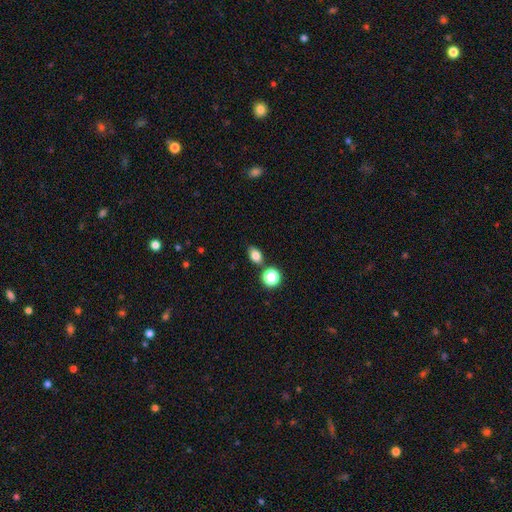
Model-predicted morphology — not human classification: Smooth or featured? smooth (81%)
How rounded? in between (72%)
Merging? none (75%)